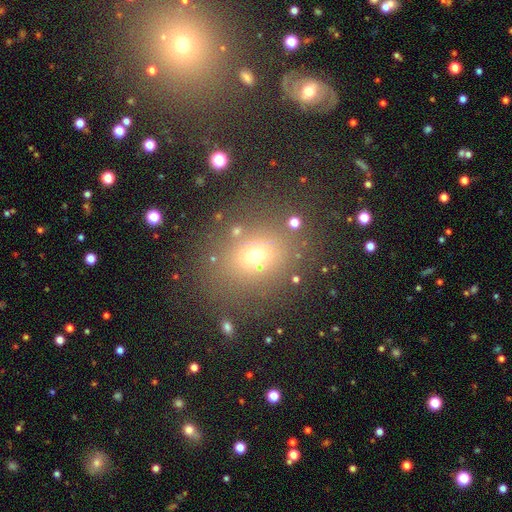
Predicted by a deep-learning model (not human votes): A smooth galaxy with no disk features (63%) that is round (65%).

Vote fractions:
- Smooth or featured? smooth: 63% / star or artifact: 25% / featured or disk: 12%
- How rounded? round: 65% / in between: 34% / cigar-shaped: 1%
- Merging? none: 79% / minor disturbance: 11% / major disturbance: 6% / merger: 5%